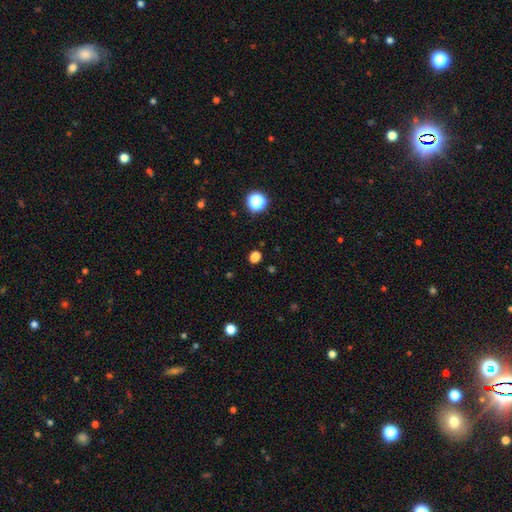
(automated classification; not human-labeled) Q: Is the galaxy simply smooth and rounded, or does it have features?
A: smooth — 69%.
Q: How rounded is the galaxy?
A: round — 61%.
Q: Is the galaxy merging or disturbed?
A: none — 87%.